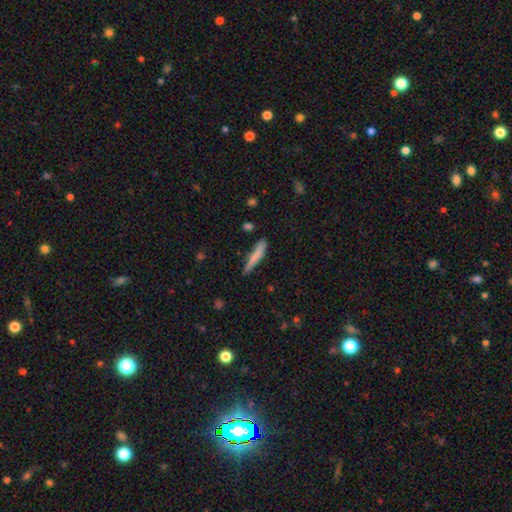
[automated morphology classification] Smooth or featured?
  - smooth: 76% *
  - featured or disk: 18%
  - star or artifact: 6%
How rounded?
  - cigar-shaped: 92% *
  - in between: 7%
  - round: 1%
Merging?
  - none: 76% *
  - minor disturbance: 17%
  - major disturbance: 3%
  - merger: 3%